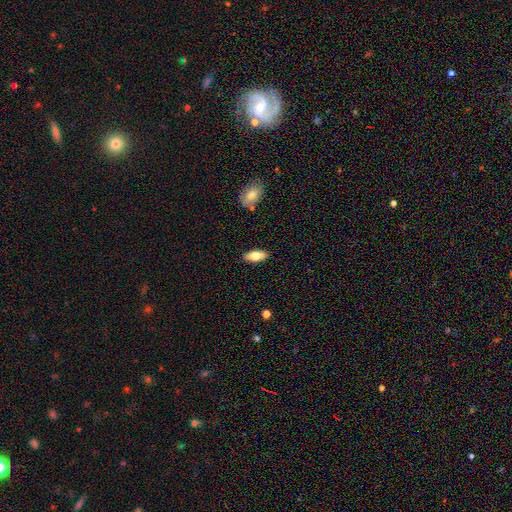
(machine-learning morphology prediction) A smooth galaxy with no disk features (71%) that is in between round and cigar-shaped (82%).

Vote fractions:
- Smooth or featured? smooth: 71% / featured or disk: 22% / star or artifact: 6%
- How rounded? in between: 82% / cigar-shaped: 15% / round: 2%
- Merging? none: 88% / minor disturbance: 8% / major disturbance: 2% / merger: 2%